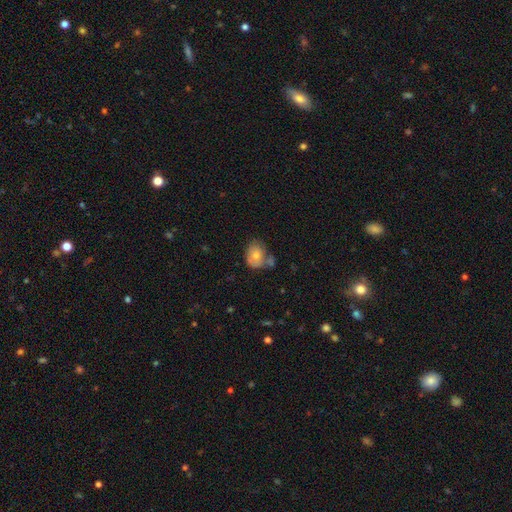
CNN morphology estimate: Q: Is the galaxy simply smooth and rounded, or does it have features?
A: smooth — 68%.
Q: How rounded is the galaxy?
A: in between — 55%.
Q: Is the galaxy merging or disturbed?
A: none — 46%.